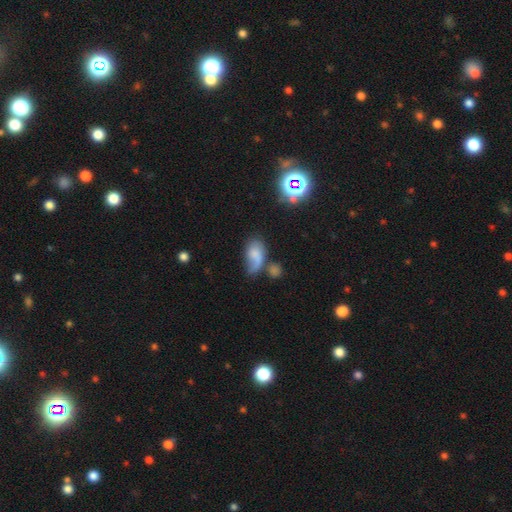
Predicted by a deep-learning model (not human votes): The model was most divided on "merging": none: 28%, major disturbance: 25%, merger: 24%, minor disturbance: 24%. More confident: how rounded — in between (88%); smooth or featured — smooth (60%).